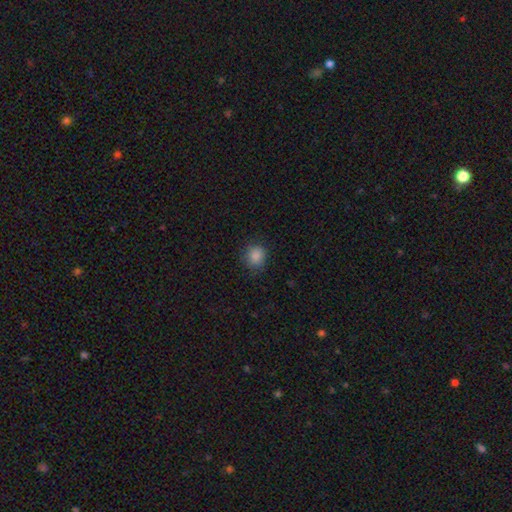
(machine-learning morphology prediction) Smooth or featured? Predicted: smooth (p=0.87). How rounded? Predicted: round (p=0.83). Merging? Predicted: none (p=0.84).